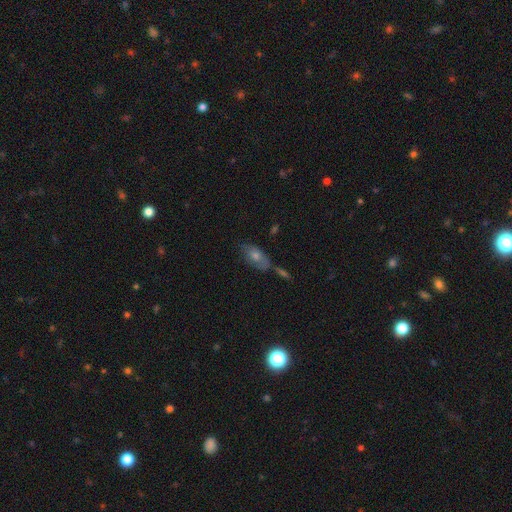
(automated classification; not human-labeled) A smooth galaxy with no disk features (47%).

Vote fractions:
- Smooth or featured? smooth: 47% / featured or disk: 37% / star or artifact: 16%
- Merging? none: 56% / minor disturbance: 19% / merger: 17% / major disturbance: 7%